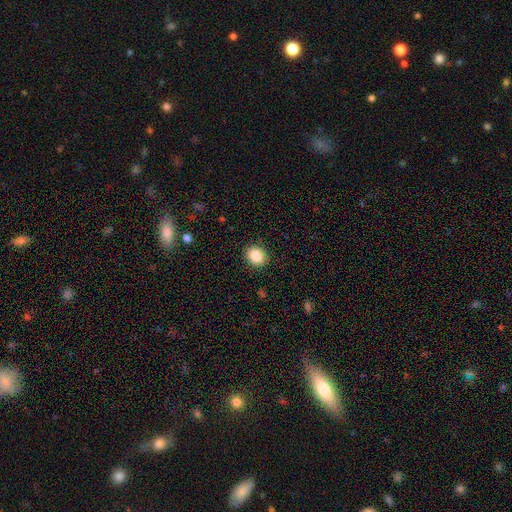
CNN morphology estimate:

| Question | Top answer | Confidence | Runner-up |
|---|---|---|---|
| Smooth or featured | smooth | 86% | star or artifact (9%) |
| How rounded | round | 67% | in between (32%) |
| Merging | none | 89% | minor disturbance (8%) |